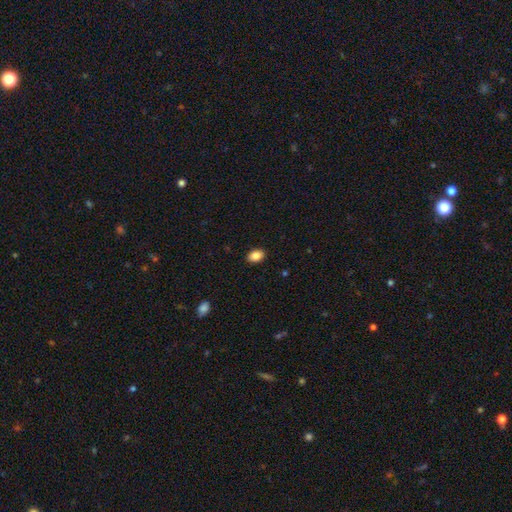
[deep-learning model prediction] Smooth or featured?
  - smooth: 87% *
  - star or artifact: 8%
  - featured or disk: 5%
How rounded?
  - in between: 81% *
  - round: 18%
  - cigar-shaped: 1%
Merging?
  - none: 90% *
  - minor disturbance: 7%
  - major disturbance: 2%
  - merger: 1%